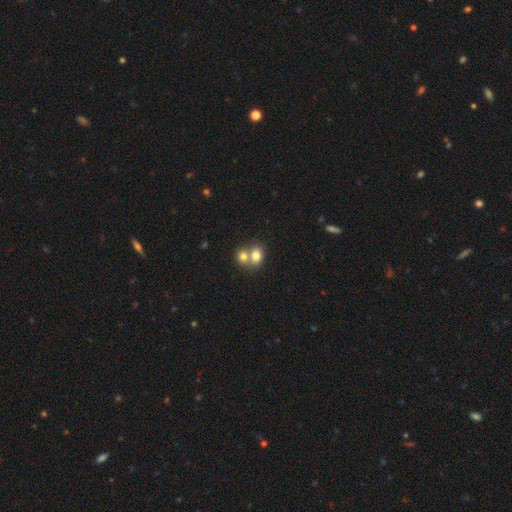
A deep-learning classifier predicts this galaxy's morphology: The model was most divided on "how rounded": in between: 51%, round: 48%, cigar-shaped: 1%. More confident: smooth or featured — smooth (77%); merging — merger (63%).